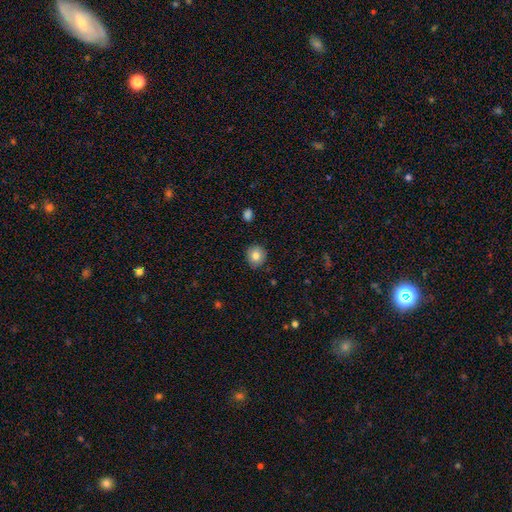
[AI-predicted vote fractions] Morphology: type=smooth (81%); roundness=round (87%); merging=none (88%).